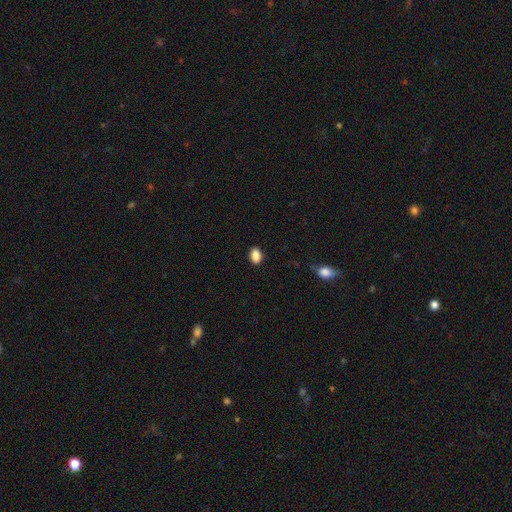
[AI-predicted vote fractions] Morphology: type=smooth (88%); roundness=in between (85%); merging=none (88%).